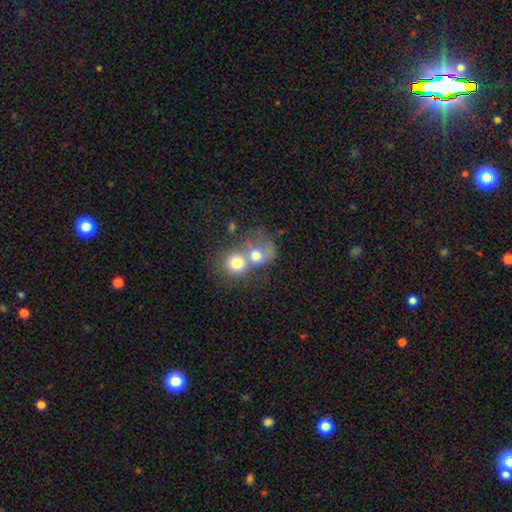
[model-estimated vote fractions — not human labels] Smooth or featured? Predicted: smooth (p=0.67). How rounded? Predicted: round (p=0.71). Merging? Predicted: merger (p=0.70).